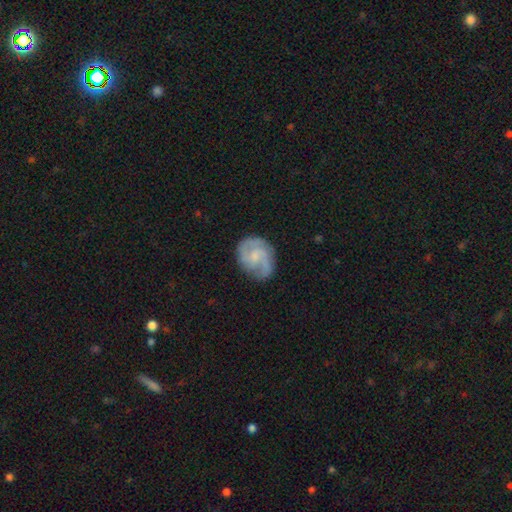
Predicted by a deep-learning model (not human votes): A featured or disk galaxy (79%) with no bar (51%), 2 (60%) medium (51%) spiral arms (95%) and a small central bulge (48%). Merging: none (74%).